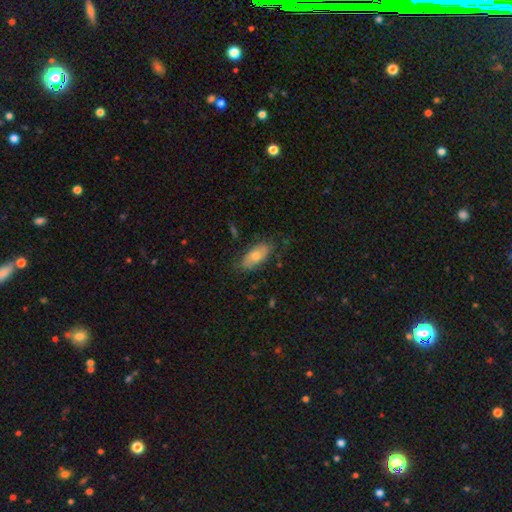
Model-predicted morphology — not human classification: A smooth galaxy with no disk features (67%) that is in between round and cigar-shaped (89%).

Vote fractions:
- Smooth or featured? smooth: 67% / featured or disk: 27% / star or artifact: 6%
- How rounded? in between: 89% / cigar-shaped: 8% / round: 3%
- Merging? none: 71% / minor disturbance: 21% / major disturbance: 6% / merger: 2%